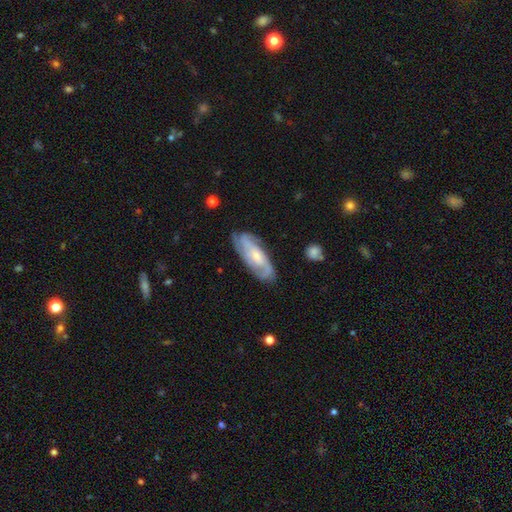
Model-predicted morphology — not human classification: Smooth or featured? featured or disk (76%)
Edge-on disk? no (90%)
Bar? no (64%)
Spiral arms? yes (93%)
Spiral winding? tight (53%)
Spiral arm count? 2 (32%)
Bulge size? small (63%)
Merging? none (75%)